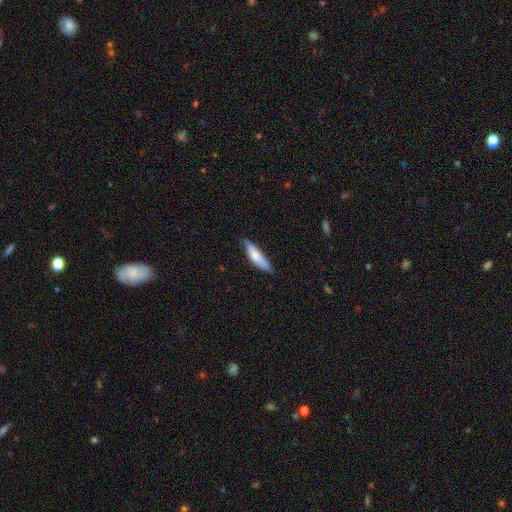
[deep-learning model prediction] smooth_or_featured: smooth (p=0.75) [alt: featured or disk p=0.20]
how_rounded: cigar-shaped (p=0.70) [alt: in between p=0.29]
merging: none (p=0.76) [alt: minor disturbance p=0.20]